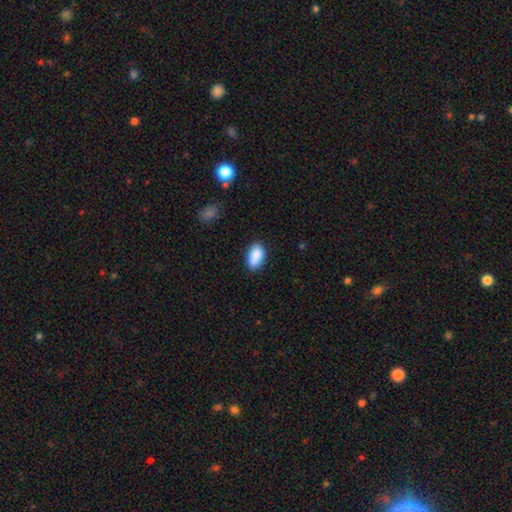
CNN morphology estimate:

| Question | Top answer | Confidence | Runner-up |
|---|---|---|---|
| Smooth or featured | smooth | 89% | star or artifact (7%) |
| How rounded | in between | 92% | round (5%) |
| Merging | none | 78% | minor disturbance (17%) |